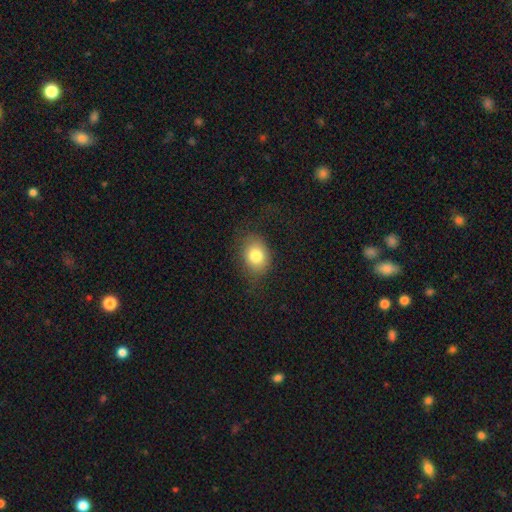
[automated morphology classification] A smooth galaxy with no disk features (80%) that is in between round and cigar-shaped (55%). Merging: none (72%).